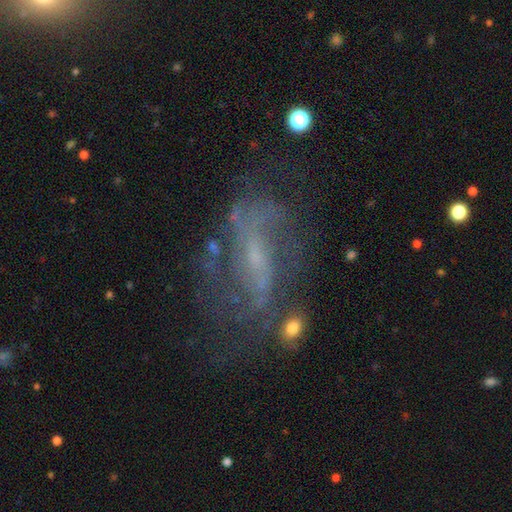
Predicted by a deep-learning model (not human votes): This is likely a featured or disk galaxy (74%). It is clearly not viewed edge-on (89%). Bar: marginally weak (42%). Spiral arm pattern: likely yes (78%). Spiral arm count: possibly 2 (55%). Spiral winding: marginally loose (41%). Central bulge: likely small (65%). Merging: possibly none (58%).